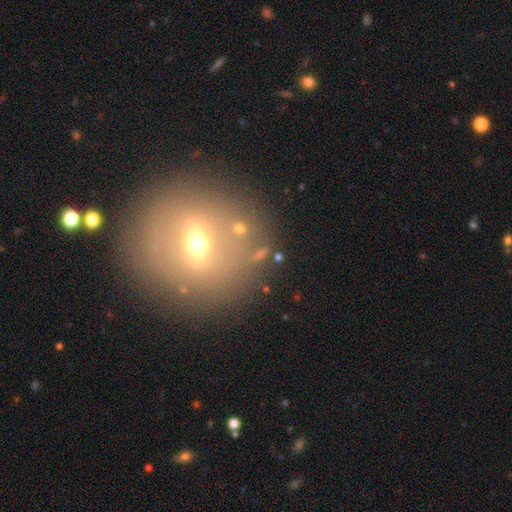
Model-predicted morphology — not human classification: type=featured or disk (44%); merging=none (75%).